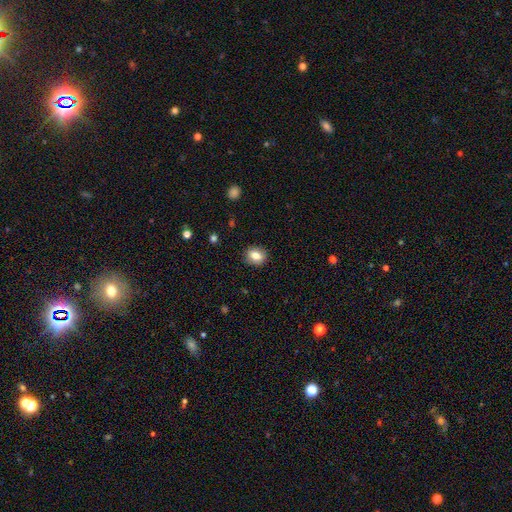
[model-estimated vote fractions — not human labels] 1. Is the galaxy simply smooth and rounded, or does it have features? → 80% smooth, 10% featured or disk, 9% star or artifact.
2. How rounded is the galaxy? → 55% round, 44% in between, 1% cigar-shaped.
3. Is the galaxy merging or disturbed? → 88% none, 9% minor disturbance, 2% major disturbance, 1% merger.